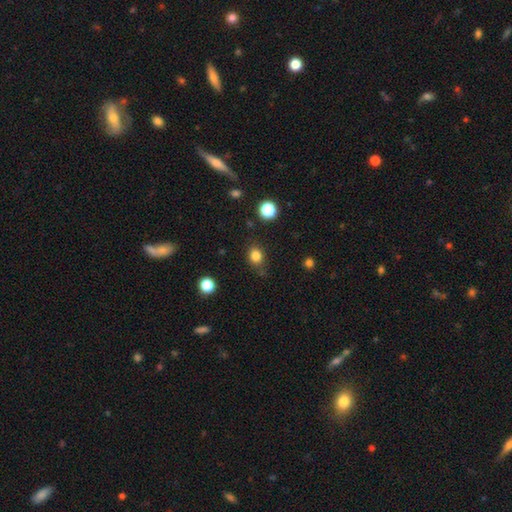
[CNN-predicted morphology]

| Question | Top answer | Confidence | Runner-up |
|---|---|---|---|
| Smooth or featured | smooth | 83% | star or artifact (12%) |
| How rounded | round | 64% | in between (35%) |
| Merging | none | 77% | minor disturbance (16%) |